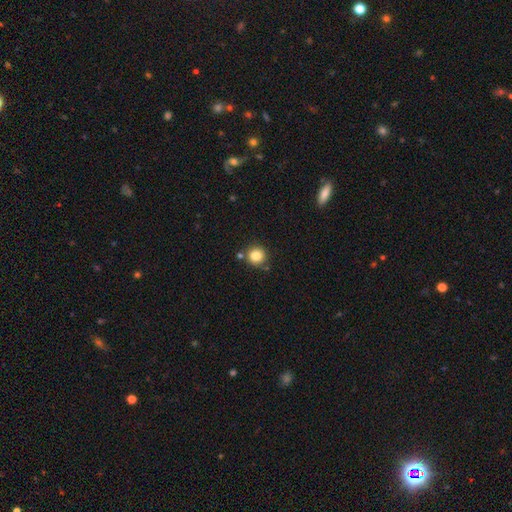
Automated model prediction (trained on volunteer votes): Morphology: type=smooth (84%); roundness=round (88%); merging=none (78%).